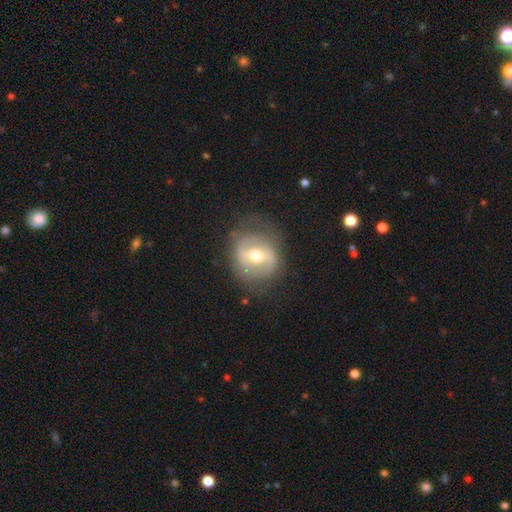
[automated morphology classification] A featured or disk galaxy (66%) with a strong bar (42%), no spiral arms (58%) and a moderate central bulge (74%). Merging: none (72%).